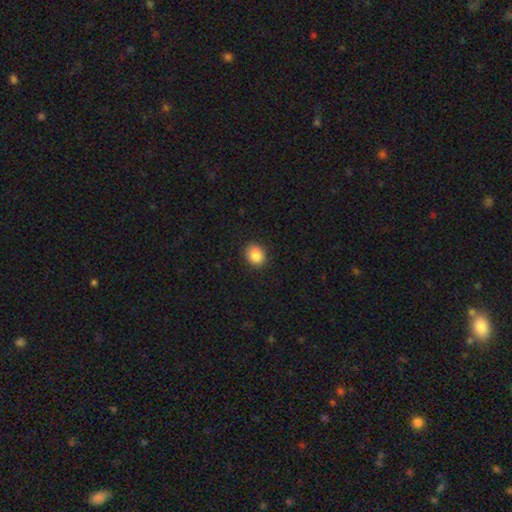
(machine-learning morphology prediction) Smooth or featured: smooth — 86% (star or artifact — 9%)
How rounded: round — 64% (in between — 36%)
Merging: none — 88% (minor disturbance — 9%)